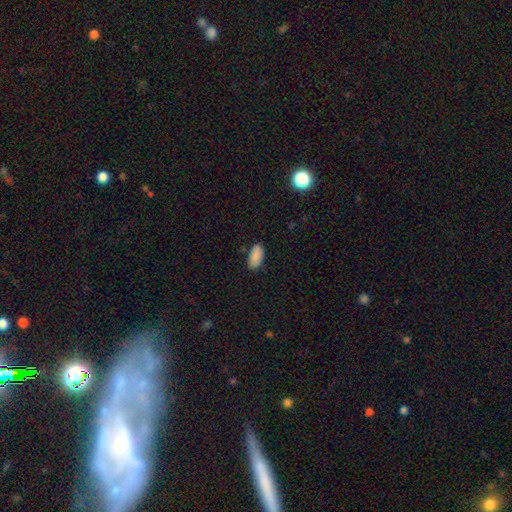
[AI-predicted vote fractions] smooth-or-featured: smooth: 89% | star or artifact: 8% | featured or disk: 3%
  how-rounded: in between: 93% | cigar-shaped: 5% | round: 2%
  merging: none: 84% | minor disturbance: 12% | major disturbance: 2% | merger: 1%